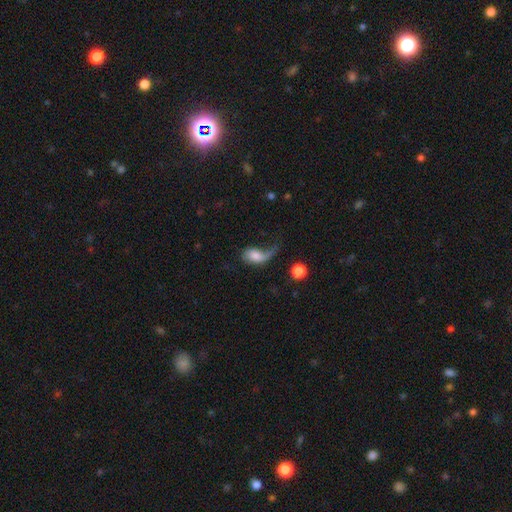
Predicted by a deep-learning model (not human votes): smooth_or_featured: smooth (p=0.51) [alt: featured or disk p=0.40]
how_rounded: in between (p=0.82) [alt: round p=0.14]
merging: major disturbance (p=0.49) [alt: none p=0.25]